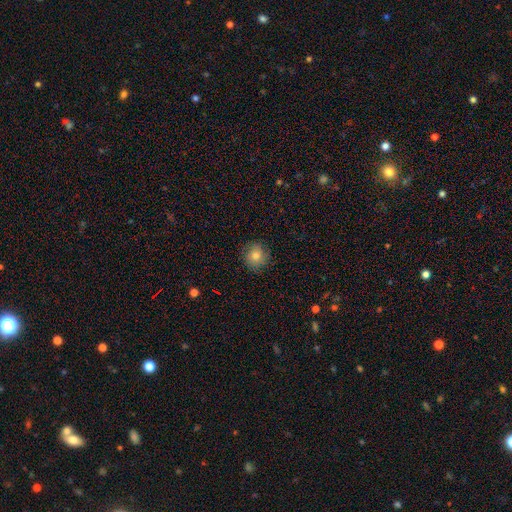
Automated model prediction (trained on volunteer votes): Overall: smooth (76%). How rounded: round (89%). Merging: none (86%).